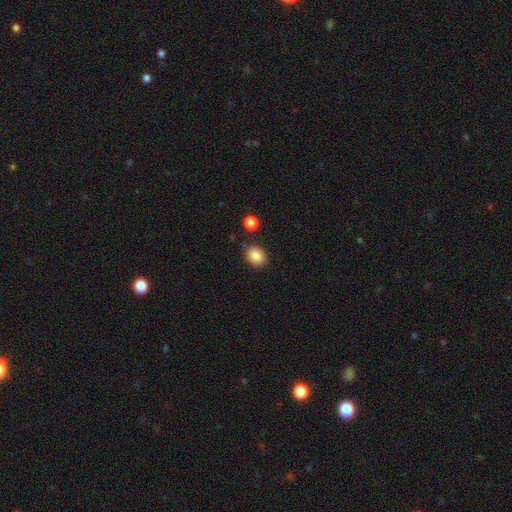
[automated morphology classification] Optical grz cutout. It shows a smooth galaxy with no disk features (86%) that is round (61%). Merging: none (85%).